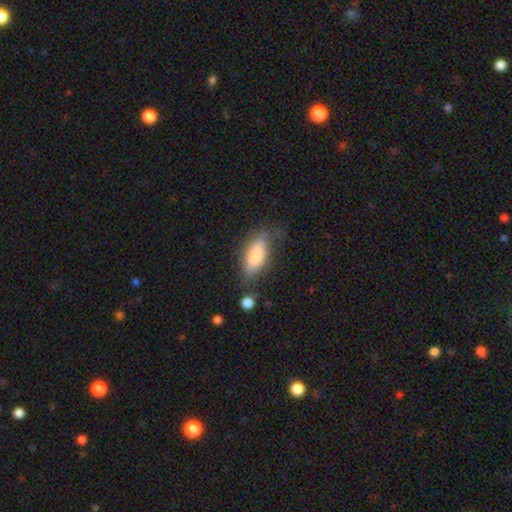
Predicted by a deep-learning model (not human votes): Smooth or featured?
  - smooth: 73% *
  - featured or disk: 20%
  - star or artifact: 7%
How rounded?
  - in between: 72% *
  - cigar-shaped: 26%
  - round: 3%
Merging?
  - none: 59% *
  - minor disturbance: 27%
  - major disturbance: 10%
  - merger: 4%